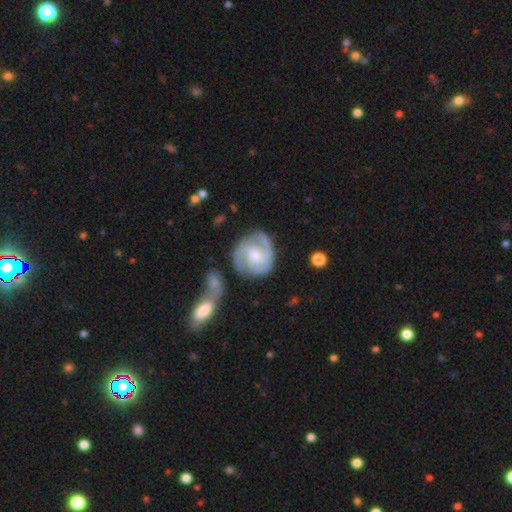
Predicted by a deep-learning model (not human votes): A featured or disk galaxy (78%) with no bar (51%), 2 (65%) medium (45%) spiral arms (94%) and a moderate central bulge (48%).

Vote fractions:
- Smooth or featured? featured or disk: 78% / smooth: 17% / star or artifact: 5%
- Edge-on disk? no: 98% / yes: 2%
- Bar? no: 51% / weak: 41% / strong: 8%
- Spiral arms? yes: 94% / no: 6%
- Spiral winding? medium: 45% / tight: 42% / loose: 13%
- Spiral arm count? 2: 65% / 3: 14% / can't tell: 12% / 1: 4% / 4: 3% / more than 4: 2%
- Bulge size? moderate: 48% / small: 42% / large: 5% / none: 4% / dominant: 1%
- Merging? none: 68% / minor disturbance: 17% / merger: 8% / major disturbance: 8%